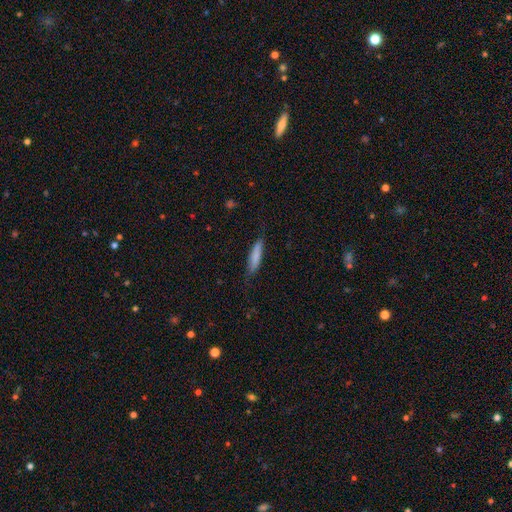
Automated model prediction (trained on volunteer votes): This is likely a smooth galaxy (80%). How rounded: clearly cigar-shaped (81%). Merging: likely none (79%).